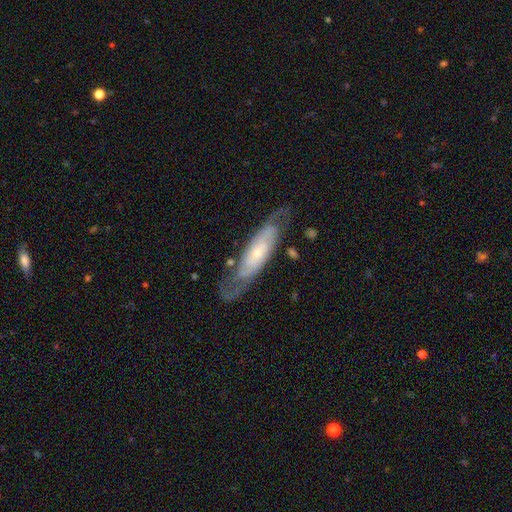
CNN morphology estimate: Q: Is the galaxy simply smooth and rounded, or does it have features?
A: featured or disk — 77%.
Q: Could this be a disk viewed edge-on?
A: no — 77%.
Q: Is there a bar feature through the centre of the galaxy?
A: no — 66%.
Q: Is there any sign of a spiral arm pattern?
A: yes — 90%.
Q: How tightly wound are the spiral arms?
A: tight — 48%.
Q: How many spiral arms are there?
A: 2 — 66%.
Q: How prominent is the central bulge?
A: small — 68%.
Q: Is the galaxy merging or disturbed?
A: none — 74%.